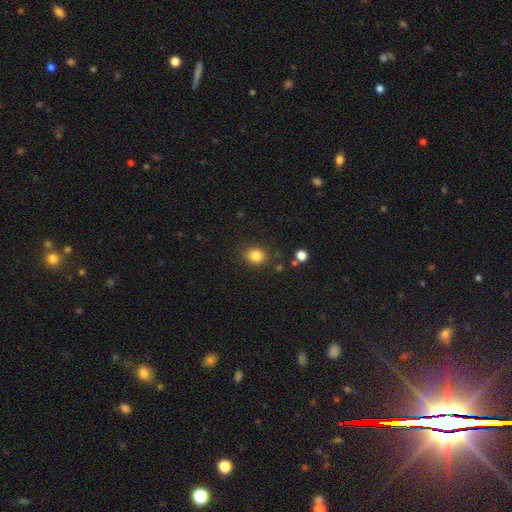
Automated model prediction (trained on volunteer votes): The model was most divided on "how rounded": round: 64%, in between: 35%, cigar-shaped: 1%. More confident: merging — none (84%); smooth or featured — smooth (83%).